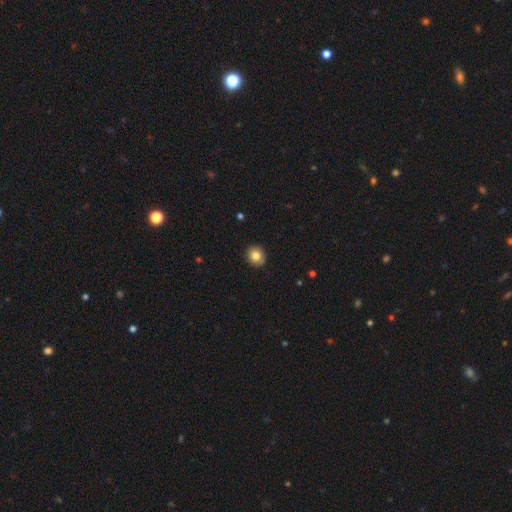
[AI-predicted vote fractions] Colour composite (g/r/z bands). It shows a smooth galaxy with no disk features (82%) that is round (77%). Merging: none (89%).